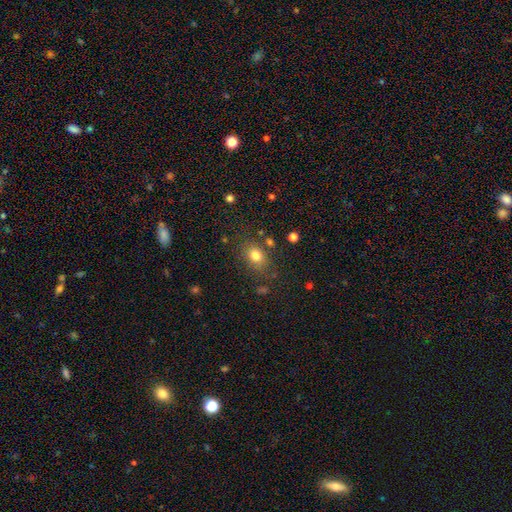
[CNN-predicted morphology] This appears to be a smooth galaxy with no disk features (78%) that is in between round and cigar-shaped (58%). Merging: none (77%).